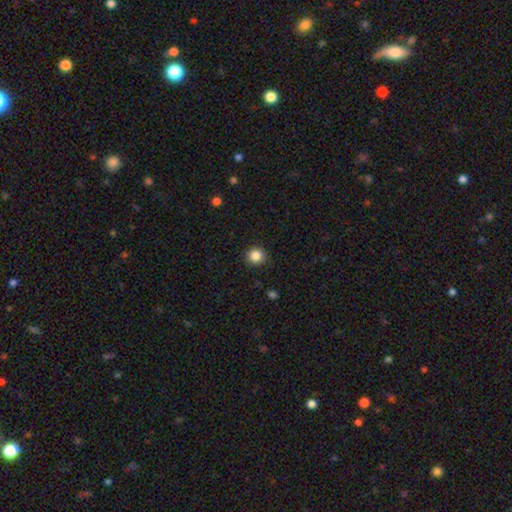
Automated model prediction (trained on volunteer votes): Morphology: type=smooth (86%); roundness=round (89%); merging=none (91%).